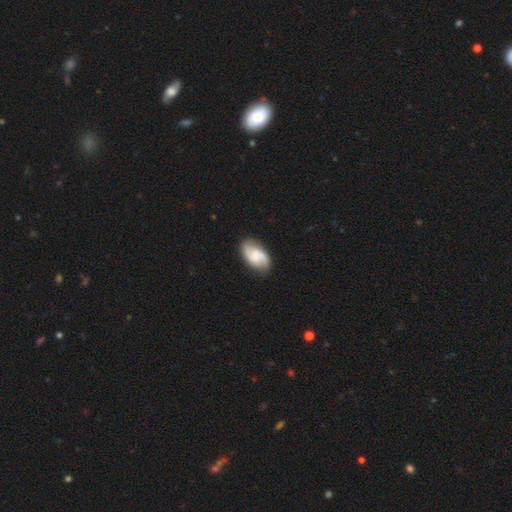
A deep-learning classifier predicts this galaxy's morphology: The model was most divided on "spiral winding" (2-way tie): loose: 41%, medium: 41%, tight: 18%. Remaining: edge-on disk — no (96%); spiral arms — yes (93%); spiral arm count — 2 (85%); merging — none (77%); smooth or featured — featured or disk (63%); bar — weak (45%); bulge size — small (38%).